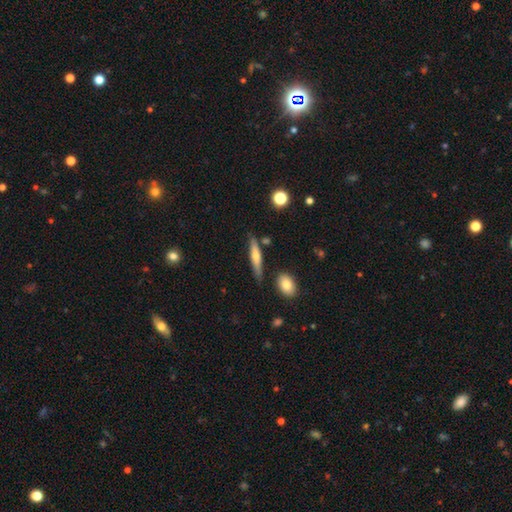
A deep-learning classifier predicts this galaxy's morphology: This appears to be a smooth galaxy with no disk features (49%). Merging: none (79%).